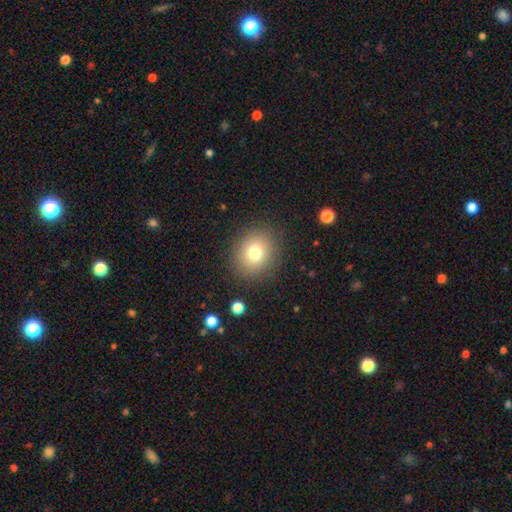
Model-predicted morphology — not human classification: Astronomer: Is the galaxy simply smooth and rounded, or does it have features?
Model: smooth — 75%.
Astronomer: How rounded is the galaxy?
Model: round — 73%.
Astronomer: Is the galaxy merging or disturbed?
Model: none — 89%.